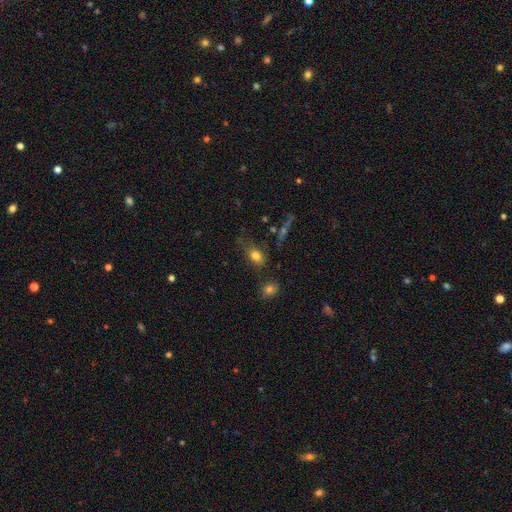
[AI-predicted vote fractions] This appears to be a smooth galaxy with no disk features (77%) that is in between round and cigar-shaped (76%). Merging: none (62%).